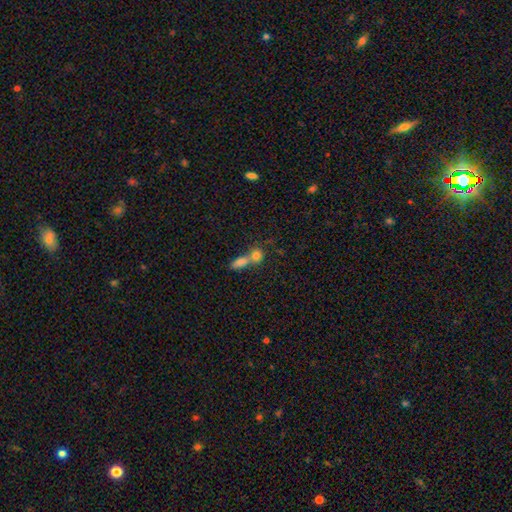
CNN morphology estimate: This appears to be a smooth galaxy with no disk features (77%) that is round (59%). Merging: merger (62%).